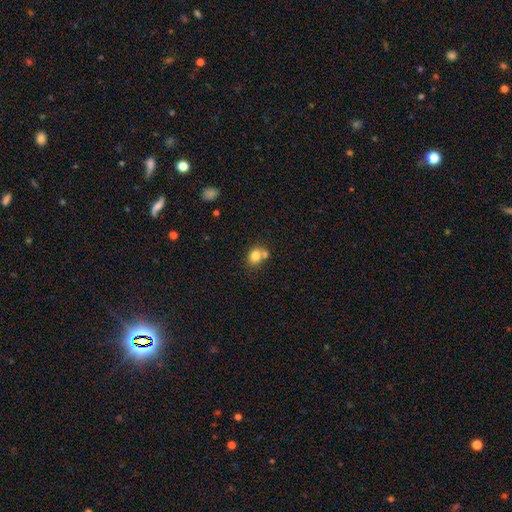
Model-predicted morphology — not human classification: This appears to be a smooth galaxy with no disk features (79%) that is round (63%). Merging: none (45%).